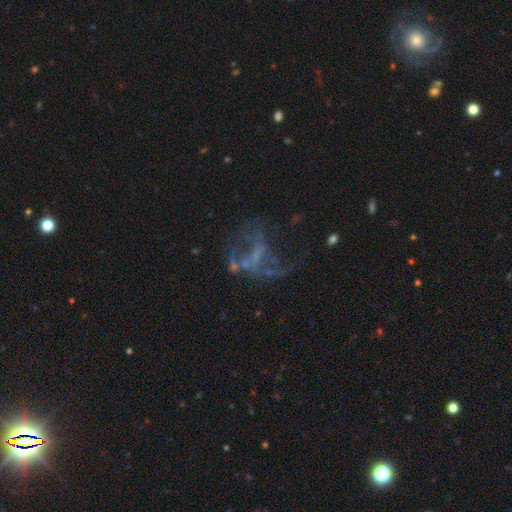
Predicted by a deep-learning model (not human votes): featured or disk 59%, star or artifact 25%, smooth 16%. Down the decision tree: edge-on disk — no (97%); bar — no (65%); spiral arms — no (70%); bulge size — none (74%); merging — major disturbance (44%).